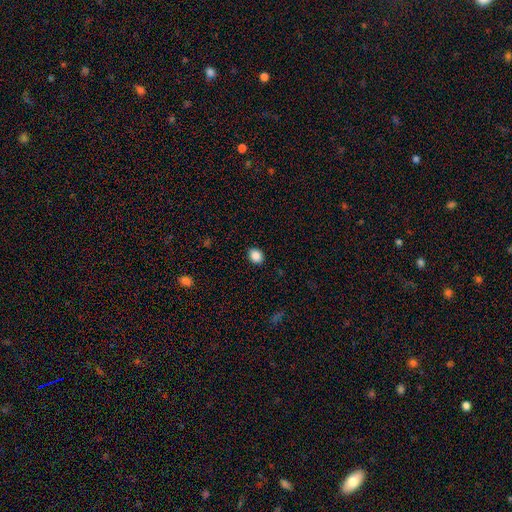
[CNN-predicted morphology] A smooth galaxy with no disk features (87%) that is round (60%). Merging: none (90%).